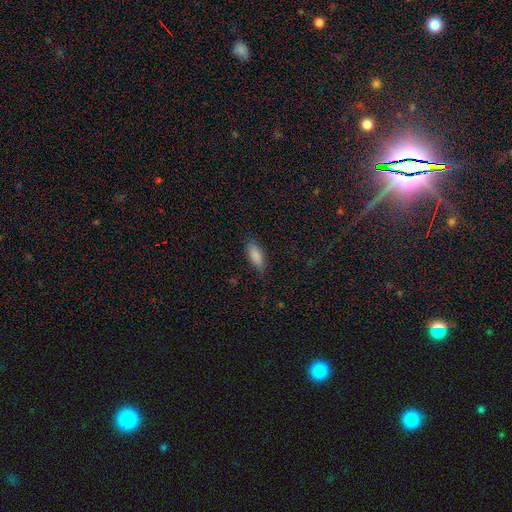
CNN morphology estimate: type=smooth (88%); roundness=in between (80%); merging=none (82%).